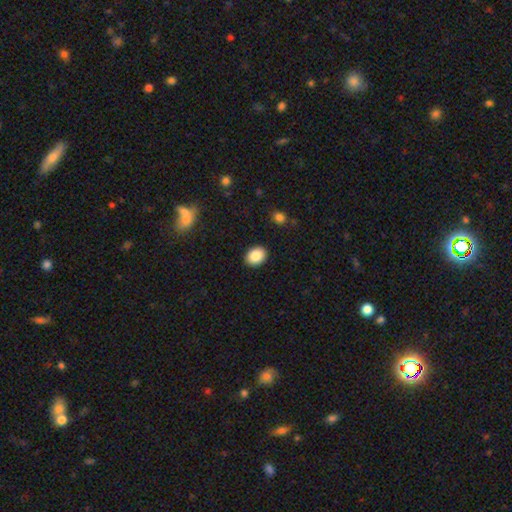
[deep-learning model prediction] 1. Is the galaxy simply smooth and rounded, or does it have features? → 87% smooth, 8% star or artifact, 5% featured or disk.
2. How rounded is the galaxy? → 61% in between, 38% round, 1% cigar-shaped.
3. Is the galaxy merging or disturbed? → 90% none, 7% minor disturbance, 2% major disturbance, 1% merger.